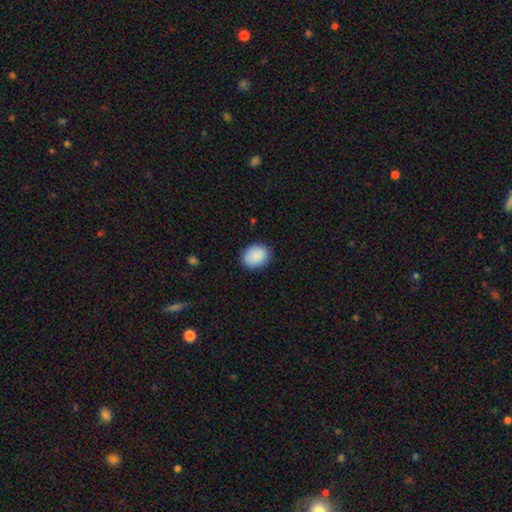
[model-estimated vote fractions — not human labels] This appears to be a smooth galaxy with no disk features (90%) that is in between round and cigar-shaped (51%). Merging: none (86%).